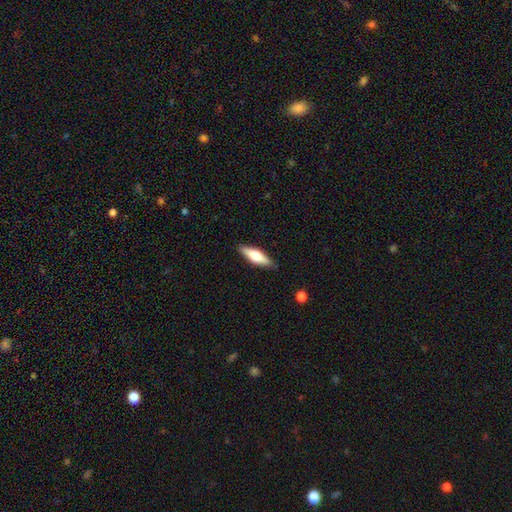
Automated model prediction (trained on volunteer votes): smooth_or_featured: smooth (p=0.54) [alt: featured or disk p=0.40]
how_rounded: cigar-shaped (p=0.54) [alt: in between p=0.44]
merging: none (p=0.87) [alt: minor disturbance p=0.10]